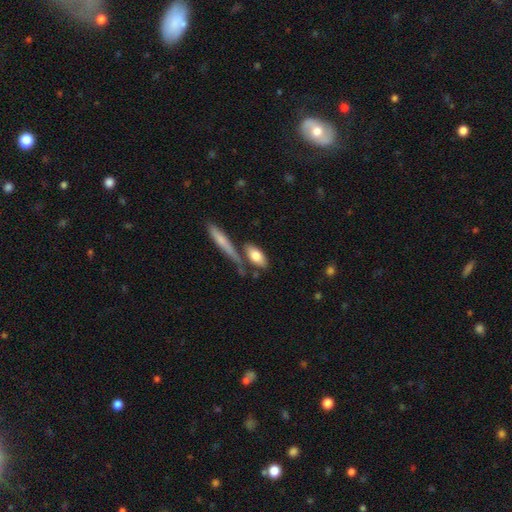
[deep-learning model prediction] This is likely a smooth galaxy (77%). How rounded: likely in between (78%). Merging: likely none (60%).